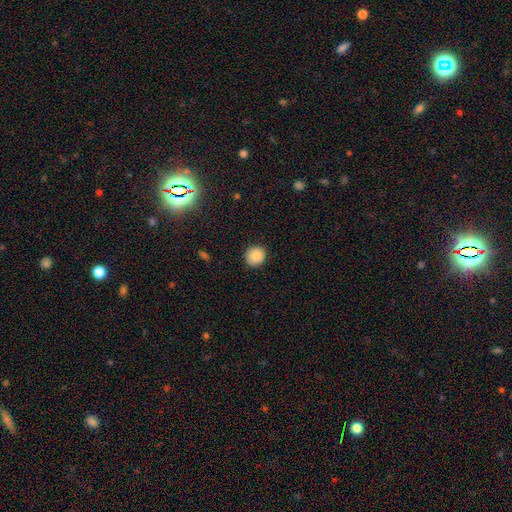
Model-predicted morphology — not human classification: smooth_or_featured: smooth (p=0.87) [alt: star or artifact p=0.09]
how_rounded: round (p=0.86) [alt: in between p=0.13]
merging: none (p=0.90) [alt: minor disturbance p=0.07]